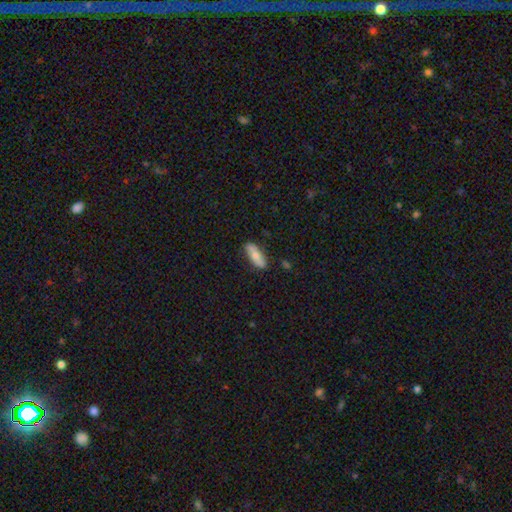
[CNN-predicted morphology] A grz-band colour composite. It shows a smooth galaxy with no disk features (65%) that is in between round and cigar-shaped (62%). Merging: none (81%).